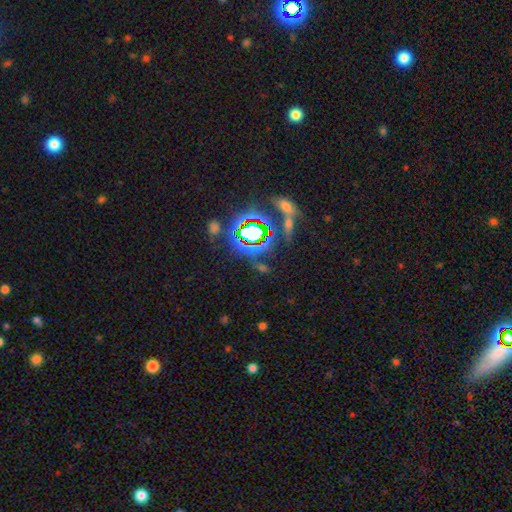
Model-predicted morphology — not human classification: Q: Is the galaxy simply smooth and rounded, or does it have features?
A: star or artifact — 77%.